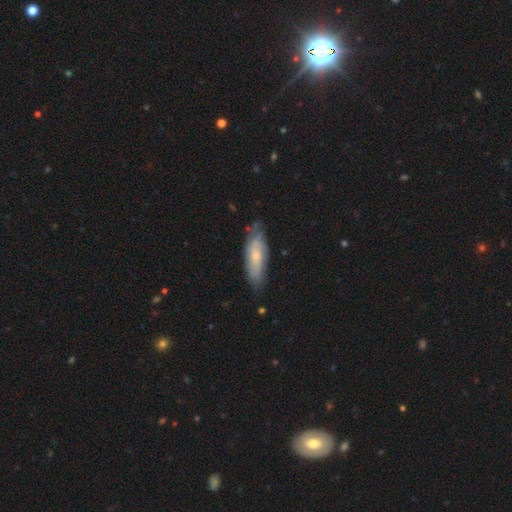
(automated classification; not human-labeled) A smooth galaxy with no disk features (49%).

Vote fractions:
- Smooth or featured? smooth: 49% / featured or disk: 45% / star or artifact: 6%
- Merging? none: 69% / minor disturbance: 24% / major disturbance: 5% / merger: 2%